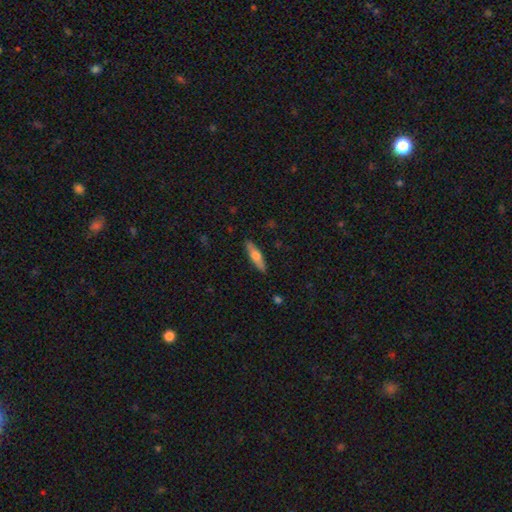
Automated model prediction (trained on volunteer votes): smooth-or-featured: smooth: 58% | featured or disk: 36% | star or artifact: 6%
  how-rounded: cigar-shaped: 69% | in between: 29% | round: 2%
  merging: none: 89% | minor disturbance: 8% | major disturbance: 2% | merger: 1%